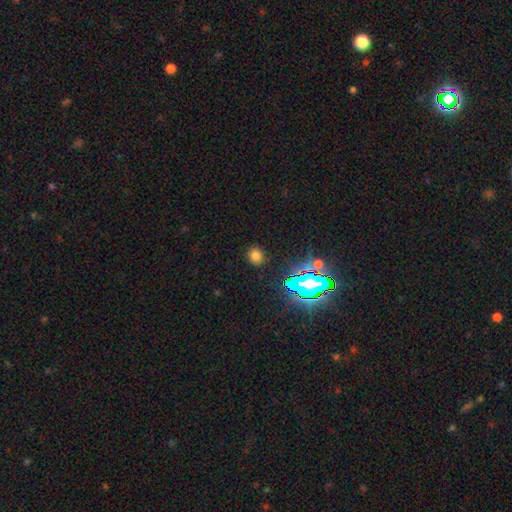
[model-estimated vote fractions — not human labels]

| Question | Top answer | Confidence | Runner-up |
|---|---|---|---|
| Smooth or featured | smooth | 71% | star or artifact (22%) |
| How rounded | round | 78% | in between (21%) |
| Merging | none | 88% | minor disturbance (8%) |